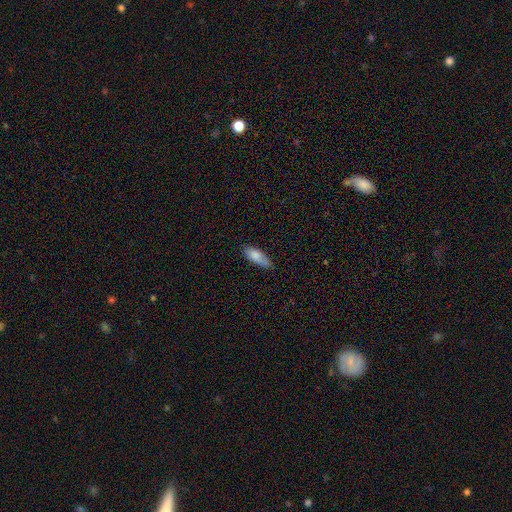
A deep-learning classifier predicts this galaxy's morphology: smooth_or_featured: smooth (p=0.82) [alt: featured or disk p=0.12]
how_rounded: in between (p=0.65) [alt: cigar-shaped p=0.33]
merging: none (p=0.67) [alt: minor disturbance p=0.26]